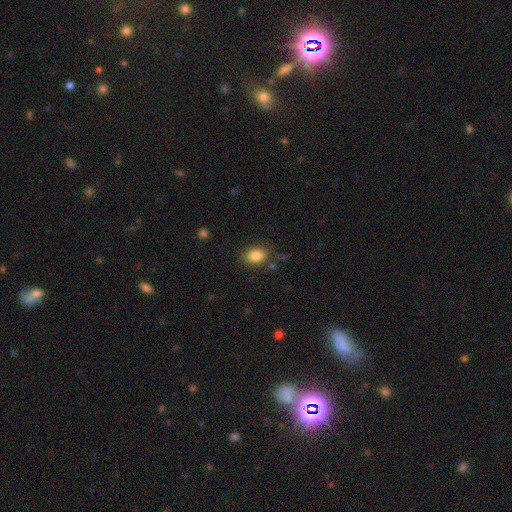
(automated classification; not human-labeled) A smooth galaxy with no disk features (85%) that is in between round and cigar-shaped (66%). Merging: none (80%).